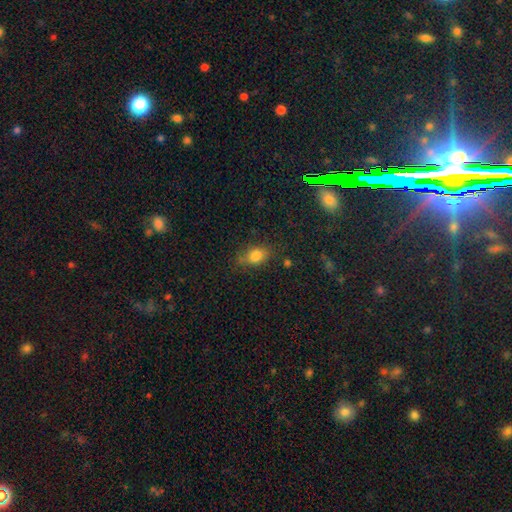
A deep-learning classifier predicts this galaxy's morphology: This appears to be a smooth galaxy with no disk features (81%) that is in between round and cigar-shaped (71%). Merging: none (69%).